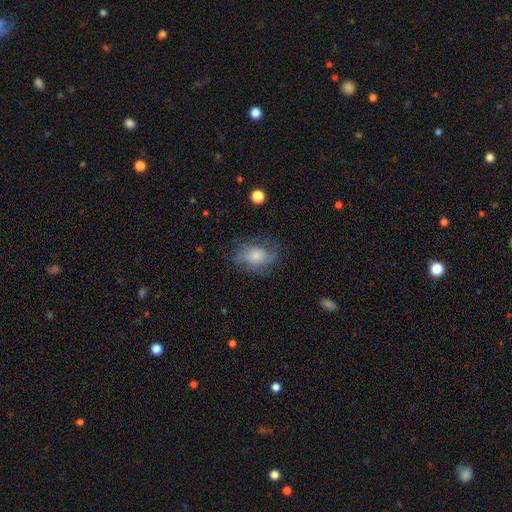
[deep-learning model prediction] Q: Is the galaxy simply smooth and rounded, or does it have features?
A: smooth — 52%.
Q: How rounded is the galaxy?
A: in between — 75%.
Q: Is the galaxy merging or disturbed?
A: none — 61%.